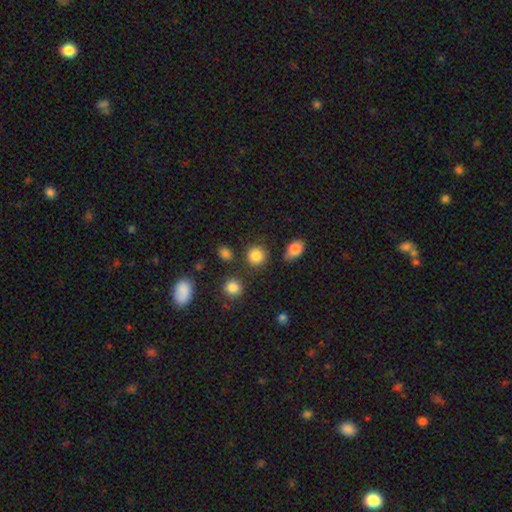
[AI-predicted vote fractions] Overall: smooth (85%). How rounded: round (87%). Merging: none (83%).